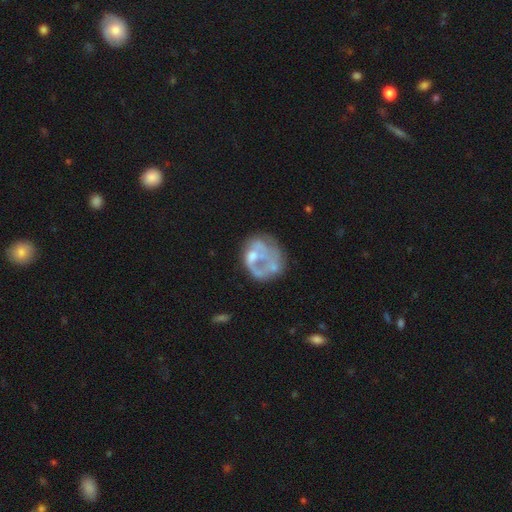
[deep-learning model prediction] smooth_or_featured: featured or disk (p=0.59) [alt: smooth p=0.31]
disk_edge_on: no (p=0.98) [alt: yes p=0.02]
bar: no (p=0.85) [alt: weak p=0.12]
has_spiral_arms: no (p=0.77) [alt: yes p=0.23]
bulge_size: none (p=0.46) [alt: moderate p=0.29]
merging: none (p=0.36) [alt: major disturbance p=0.35]